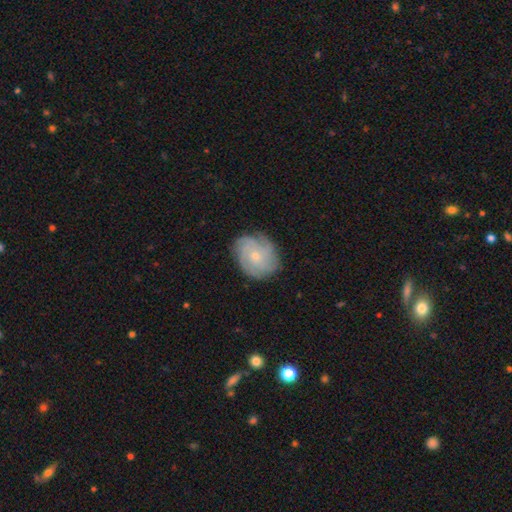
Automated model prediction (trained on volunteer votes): featured or disk 71%, smooth 21%, star or artifact 8%. Down the decision tree: edge-on disk — no (97%); bar — no (79%); spiral arms — yes (94%); spiral arm count — can't tell (31%); spiral winding — tight (64%); bulge size — small (69%); merging — none (79%).